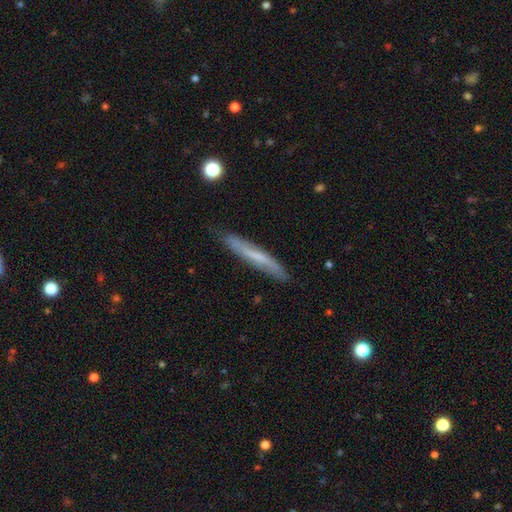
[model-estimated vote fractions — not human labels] A featured or disk galaxy (50%).

Vote fractions:
- Smooth or featured? featured or disk: 50% / smooth: 43% / star or artifact: 7%
- Merging? none: 82% / minor disturbance: 14% / major disturbance: 3% / merger: 2%